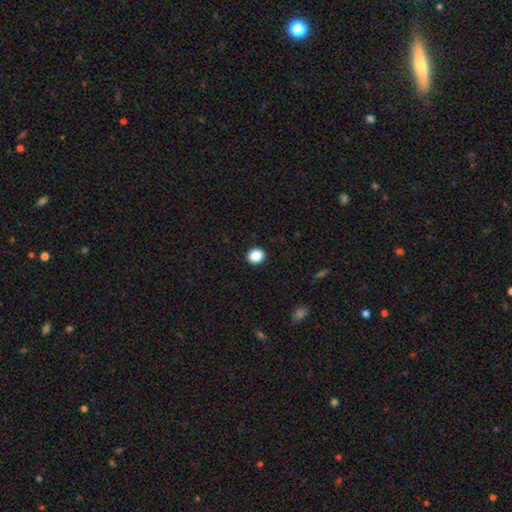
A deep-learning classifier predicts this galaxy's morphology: This appears to be a smooth galaxy with no disk features (88%) that is round (73%). Merging: none (92%).